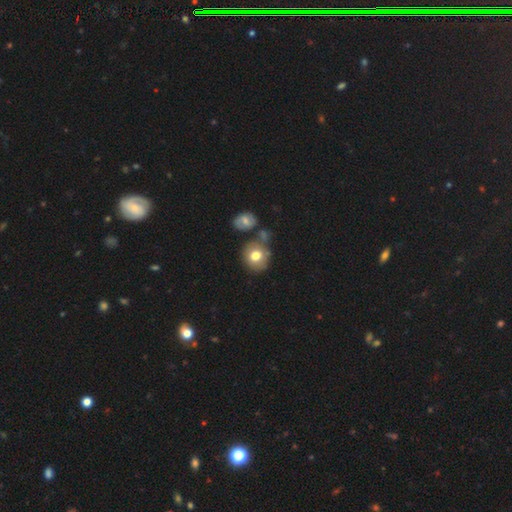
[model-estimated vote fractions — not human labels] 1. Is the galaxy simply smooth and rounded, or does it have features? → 75% smooth, 17% featured or disk, 9% star or artifact.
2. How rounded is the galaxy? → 81% round, 18% in between, 1% cigar-shaped.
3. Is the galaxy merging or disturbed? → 62% none, 18% merger, 15% minor disturbance, 5% major disturbance.